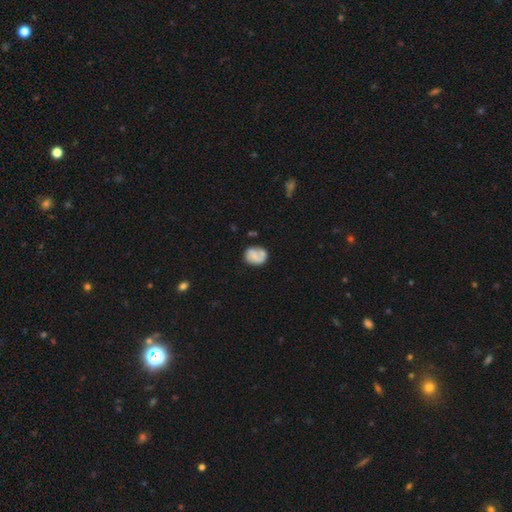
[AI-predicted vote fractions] This is possibly a smooth galaxy (56%). How rounded: possibly round (51%). Merging: possibly none (58%).